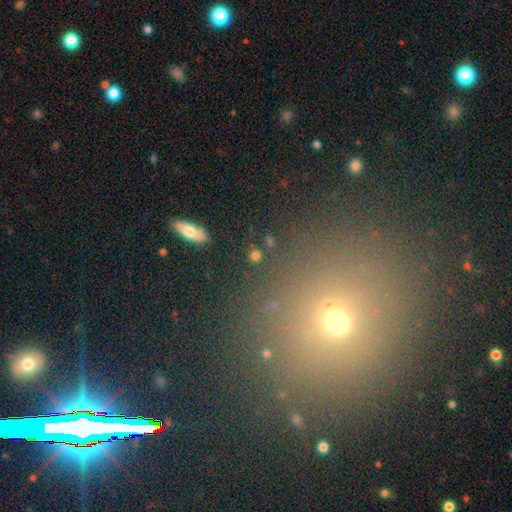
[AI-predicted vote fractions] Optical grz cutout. It shows a smooth galaxy with no disk features (71%) that is round (81%). Merging: none (82%).